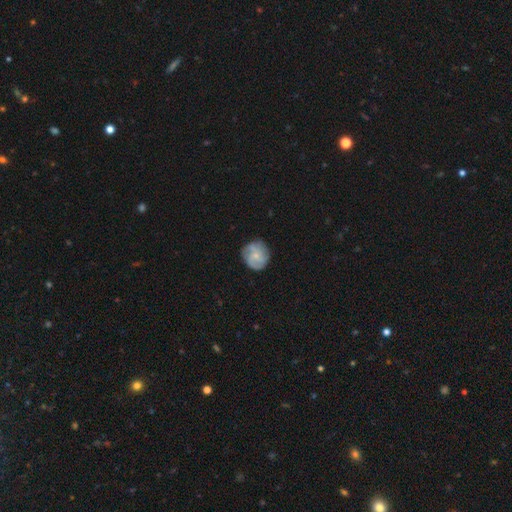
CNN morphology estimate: This appears to be a featured or disk galaxy (53%) with no bar (71%), spiral arms (81%) and a small central bulge (64%). Merging: none (75%).